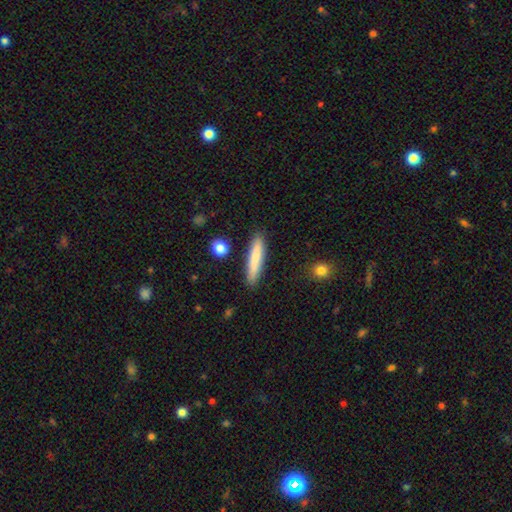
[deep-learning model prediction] Smooth or featured? Predicted: smooth (p=0.79). How rounded? Predicted: cigar-shaped (p=0.89). Merging? Predicted: none (p=0.88).